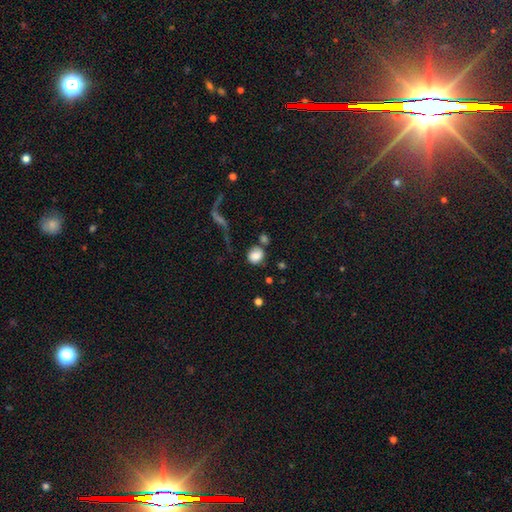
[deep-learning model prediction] The model was most divided on "merging": none: 55%, merger: 18%, minor disturbance: 17%, major disturbance: 10%. More confident: smooth or featured — smooth (80%); how rounded — round (75%).